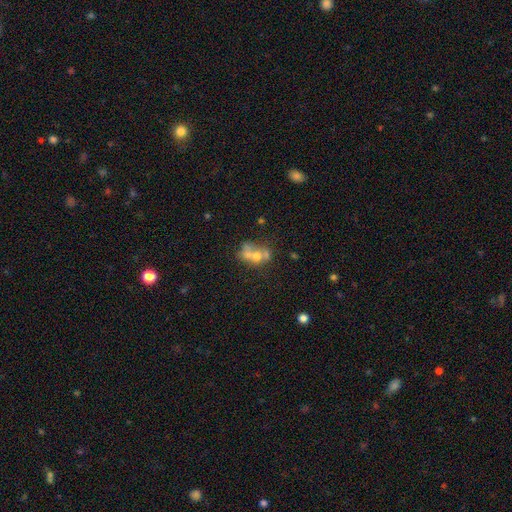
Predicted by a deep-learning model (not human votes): Overall: smooth (46%; featured or disk 37%). Merging: merger (54%; none 28%).